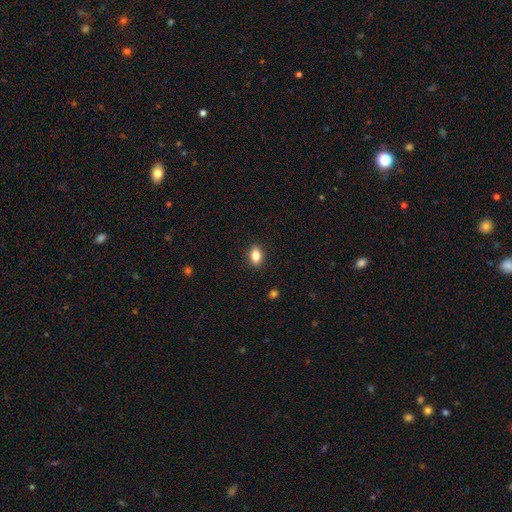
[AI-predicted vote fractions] Smooth or featured? Predicted: smooth (p=0.84). How rounded? Predicted: in between (p=0.81). Merging? Predicted: none (p=0.90).